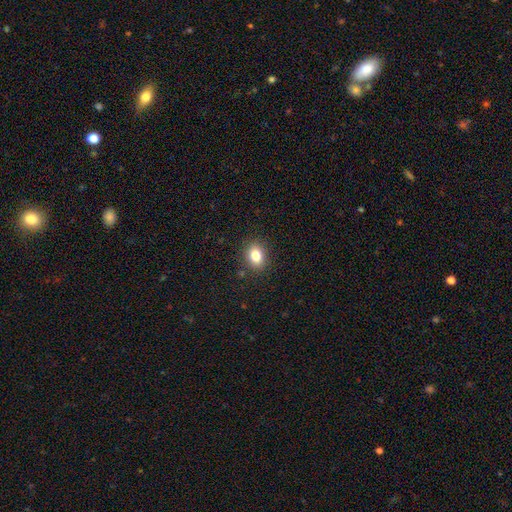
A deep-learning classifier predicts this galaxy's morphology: smooth-or-featured: smooth: 81% | star or artifact: 11% | featured or disk: 8%
  how-rounded: in between: 59% | round: 40% | cigar-shaped: 1%
  merging: none: 87% | minor disturbance: 9% | major disturbance: 3% | merger: 1%